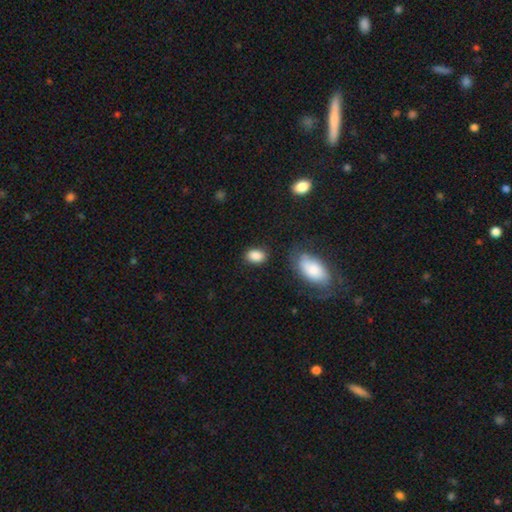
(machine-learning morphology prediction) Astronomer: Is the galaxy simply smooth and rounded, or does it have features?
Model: smooth — 88%.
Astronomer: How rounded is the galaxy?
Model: in between — 82%.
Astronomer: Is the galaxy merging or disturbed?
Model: none — 78%.